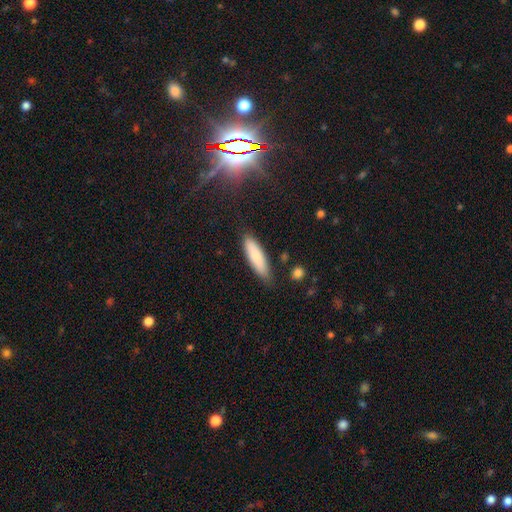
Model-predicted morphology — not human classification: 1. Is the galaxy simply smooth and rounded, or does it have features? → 82% smooth, 12% featured or disk, 6% star or artifact.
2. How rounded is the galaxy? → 61% cigar-shaped, 38% in between, 2% round.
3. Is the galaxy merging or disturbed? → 81% none, 14% minor disturbance, 3% major disturbance, 2% merger.